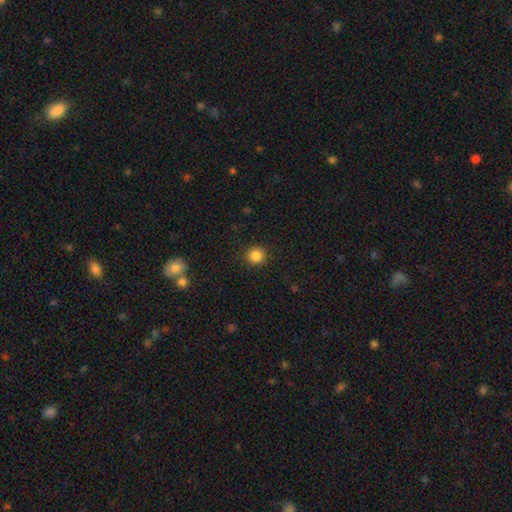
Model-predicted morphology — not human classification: Overall: smooth (85%). How rounded: round (93%). Merging: none (90%).